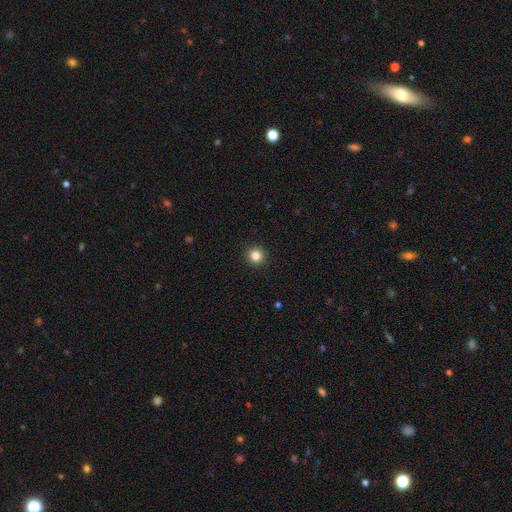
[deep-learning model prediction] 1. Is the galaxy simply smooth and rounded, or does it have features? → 83% smooth, 12% star or artifact, 5% featured or disk.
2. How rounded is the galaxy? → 94% round, 5% in between, 1% cigar-shaped.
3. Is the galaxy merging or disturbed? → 93% none, 5% minor disturbance, 1% major disturbance, 1% merger.